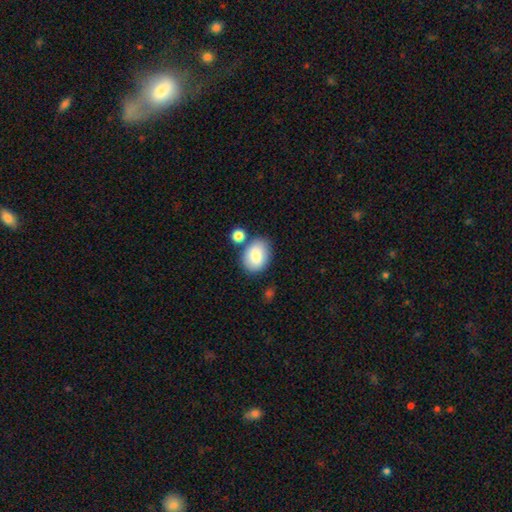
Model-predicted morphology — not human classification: A smooth galaxy with no disk features (83%) that is in between round and cigar-shaped (70%). Merging: none (70%).